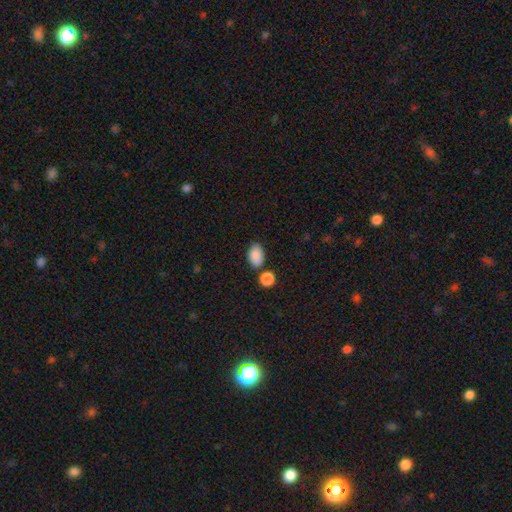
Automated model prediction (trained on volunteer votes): Smooth or featured? smooth (88%)
How rounded? in between (90%)
Merging? none (76%)